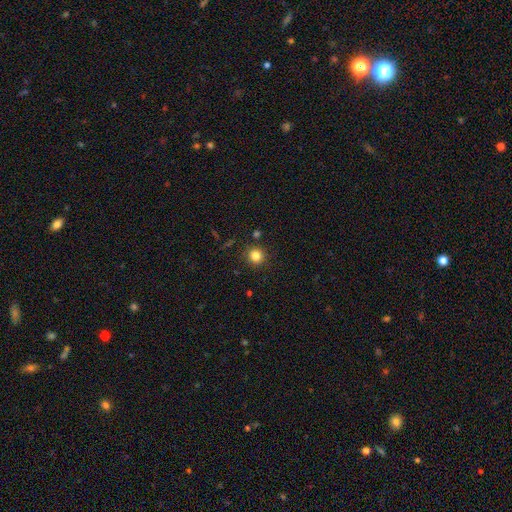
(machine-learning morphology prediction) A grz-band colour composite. It shows a smooth galaxy with no disk features (82%) that is round (93%). Merging: none (88%).